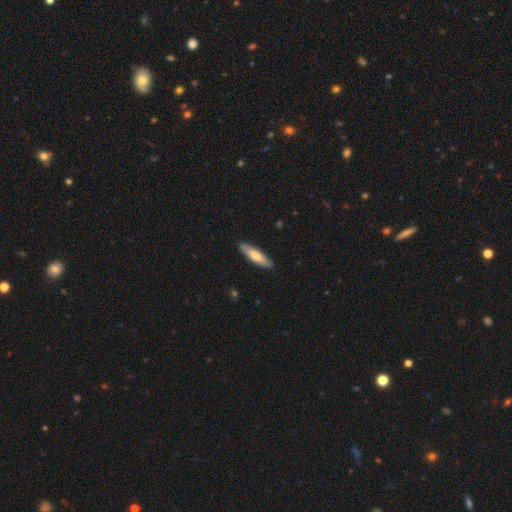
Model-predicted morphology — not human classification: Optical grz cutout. It shows a smooth galaxy with no disk features (67%) that is cigar-shaped (76%). Merging: none (89%).